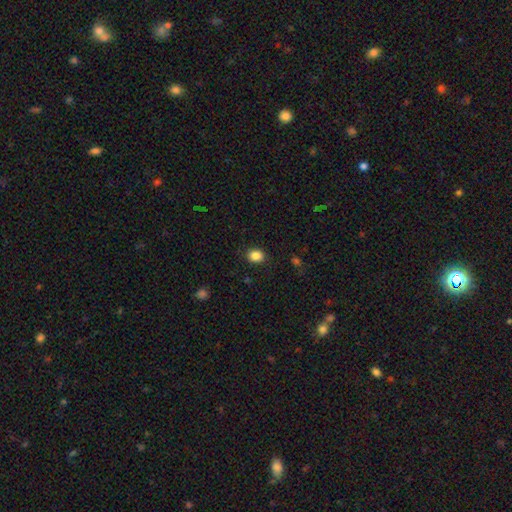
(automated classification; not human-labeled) smooth_or_featured: smooth (p=0.86) [alt: star or artifact p=0.10]
how_rounded: round (p=0.55) [alt: in between p=0.44]
merging: none (p=0.88) [alt: minor disturbance p=0.09]